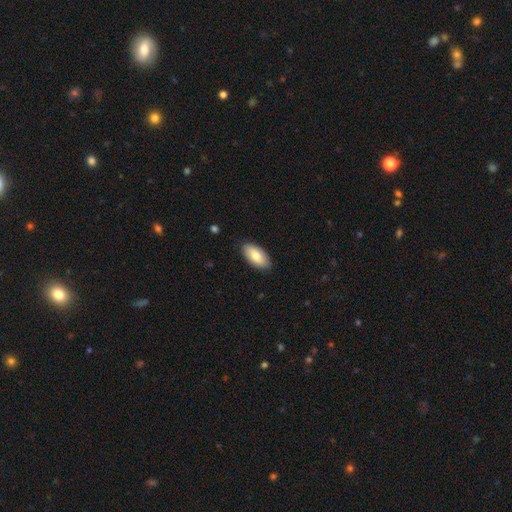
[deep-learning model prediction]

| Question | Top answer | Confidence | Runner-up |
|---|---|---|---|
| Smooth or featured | smooth | 77% | featured or disk (17%) |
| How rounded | in between | 93% | cigar-shaped (4%) |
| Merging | none | 87% | minor disturbance (10%) |